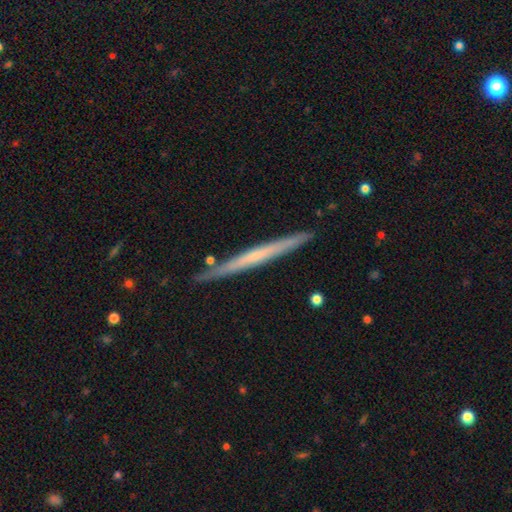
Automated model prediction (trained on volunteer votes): This is possibly a featured or disk galaxy (56%). It is clearly viewed edge-on (97%). Edge-on bulge: clearly none (81%). Merging: clearly none (88%).